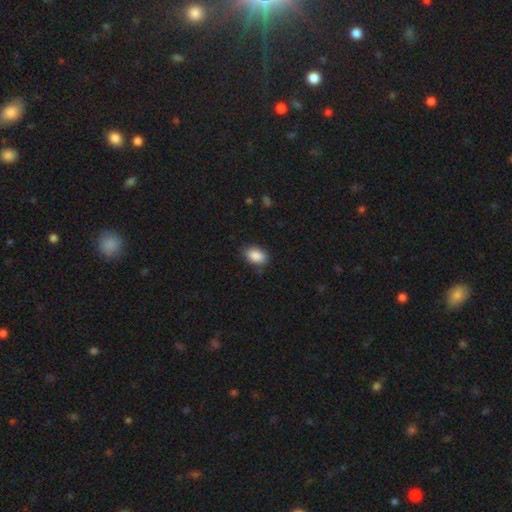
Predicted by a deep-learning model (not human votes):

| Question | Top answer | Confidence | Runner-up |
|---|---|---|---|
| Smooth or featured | smooth | 88% | star or artifact (7%) |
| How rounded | in between | 89% | round (9%) |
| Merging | none | 82% | minor disturbance (14%) |